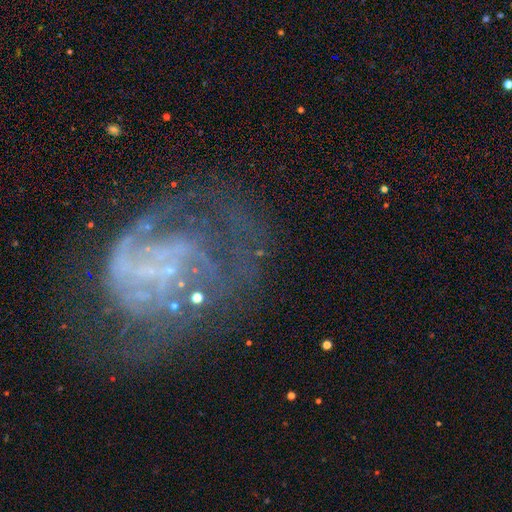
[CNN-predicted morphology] The model was most divided on "merging": major disturbance: 40%, none: 37%, minor disturbance: 17%, merger: 6%. More confident: edge-on disk — no (98%); smooth or featured — featured or disk (73%); spiral arms — yes (66%); bulge size — none (63%); bar — no (63%).